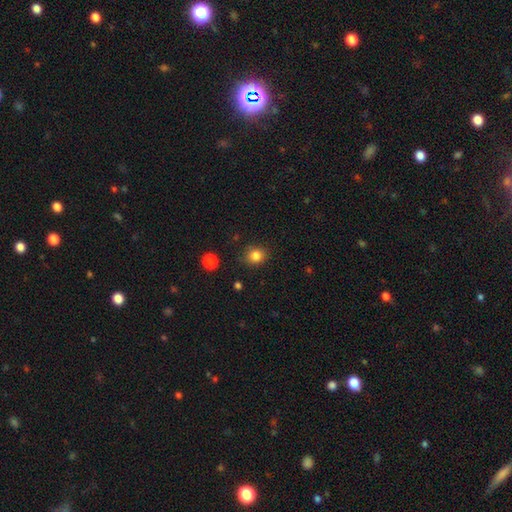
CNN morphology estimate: A smooth galaxy with no disk features (83%) that is round (77%). Merging: none (85%).